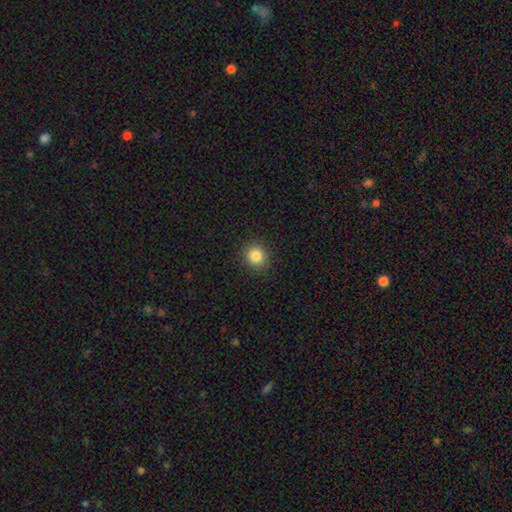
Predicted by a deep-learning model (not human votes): smooth-or-featured: smooth: 84% | star or artifact: 11% | featured or disk: 5%
  how-rounded: round: 87% | in between: 12% | cigar-shaped: 1%
  merging: none: 91% | minor disturbance: 6% | major disturbance: 2% | merger: 1%